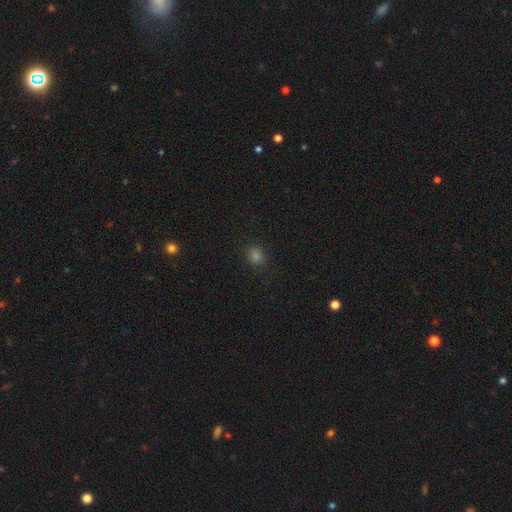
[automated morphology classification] smooth 78%, star or artifact 18%, featured or disk 4%. Down the decision tree: how rounded — round (76%); merging — none (89%).